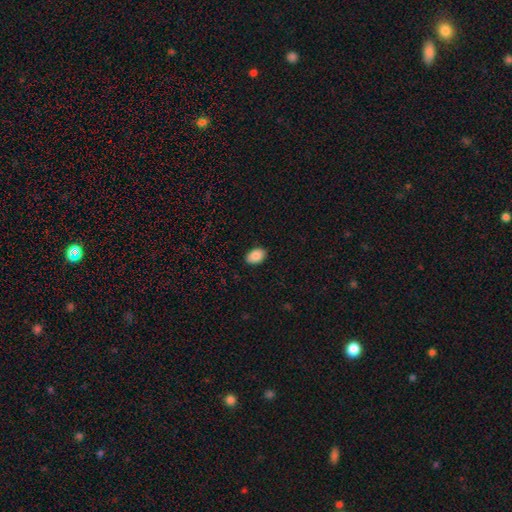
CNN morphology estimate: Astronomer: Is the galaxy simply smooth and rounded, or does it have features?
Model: smooth — 88%.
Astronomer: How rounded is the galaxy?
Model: in between — 87%.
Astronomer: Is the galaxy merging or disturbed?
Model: none — 89%.